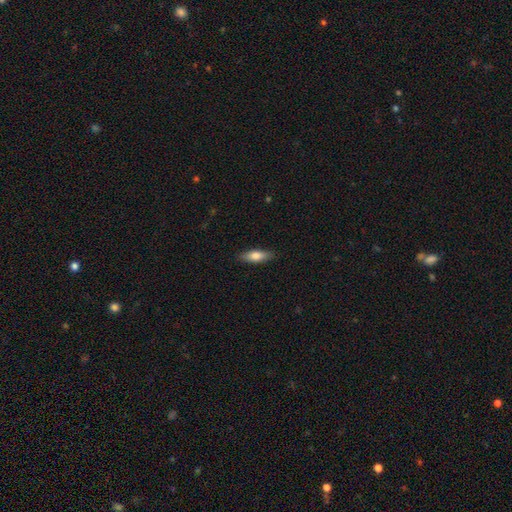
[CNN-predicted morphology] type=smooth (72%); roundness=in between (53%); merging=none (88%).